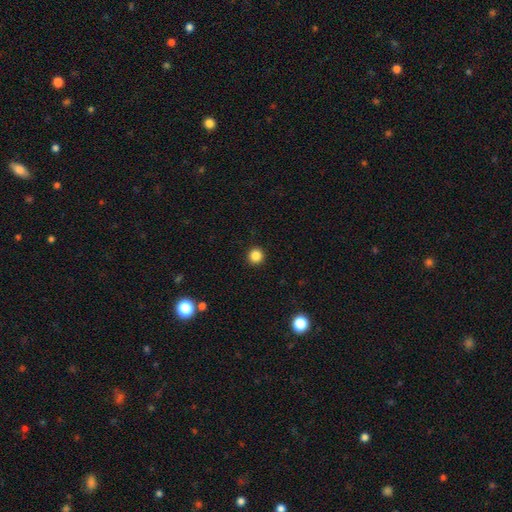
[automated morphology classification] Q: Smooth or featured?
A: smooth (85%); runner-up: star or artifact (12%)
Q: How rounded?
A: round (95%); runner-up: in between (4%)
Q: Merging?
A: none (93%); runner-up: minor disturbance (4%)